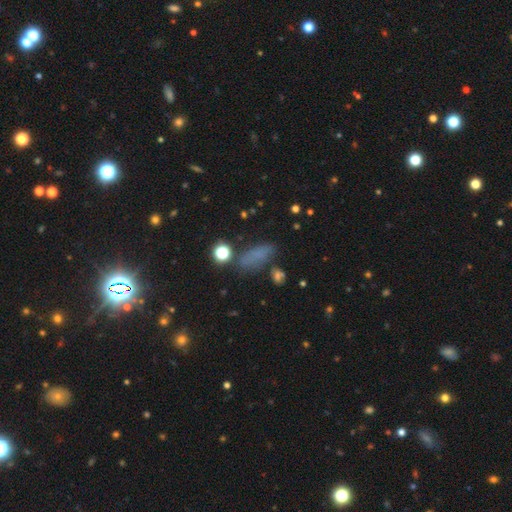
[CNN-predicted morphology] smooth_or_featured: smooth (p=0.64) [alt: star or artifact p=0.25]
how_rounded: in between (p=0.62) [alt: cigar-shaped p=0.27]
merging: none (p=0.66) [alt: minor disturbance p=0.18]